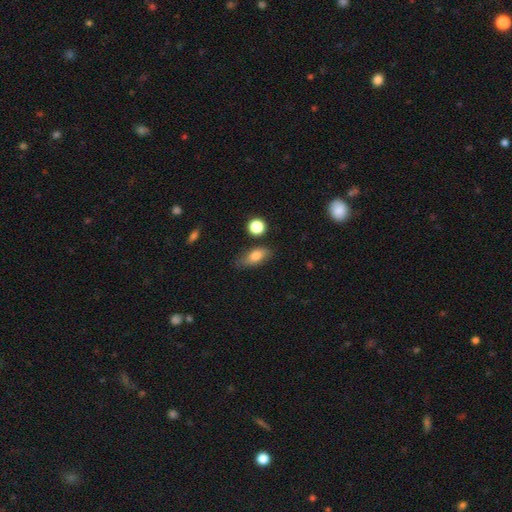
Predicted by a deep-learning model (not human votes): Smooth or featured: smooth — 76% (featured or disk — 16%)
How rounded: in between — 79% (cigar-shaped — 12%)
Merging: none — 67% (minor disturbance — 23%)